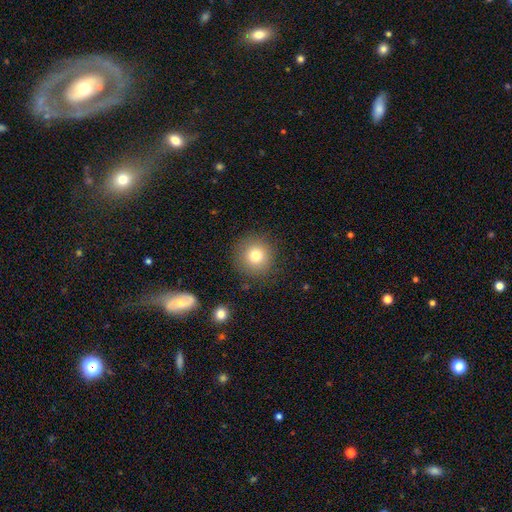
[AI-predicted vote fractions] A smooth galaxy with no disk features (78%) that is round (94%).

Vote fractions:
- Smooth or featured? smooth: 78% / star or artifact: 12% / featured or disk: 10%
- How rounded? round: 94% / in between: 5% / cigar-shaped: 1%
- Merging? none: 88% / minor disturbance: 8% / major disturbance: 3% / merger: 2%